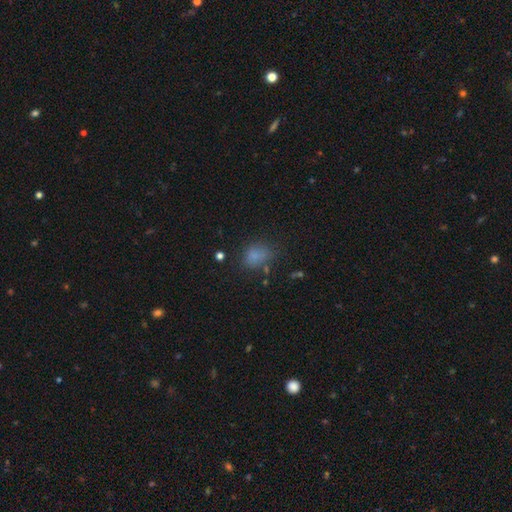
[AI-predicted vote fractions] A smooth galaxy with no disk features (73%) that is in between round and cigar-shaped (59%). Merging: none (59%).